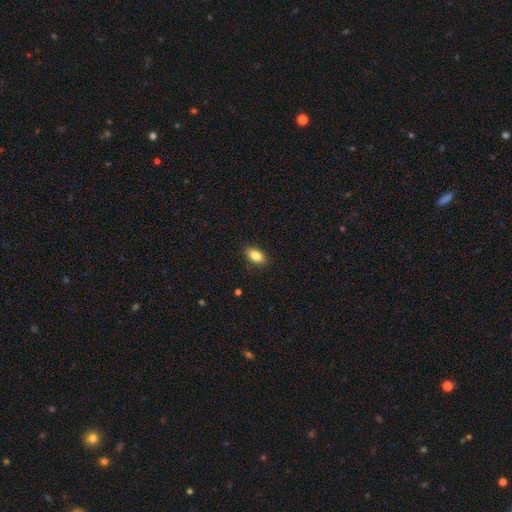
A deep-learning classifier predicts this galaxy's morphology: Smooth or featured?
  - smooth: 85% *
  - star or artifact: 8%
  - featured or disk: 7%
How rounded?
  - in between: 90% *
  - round: 6%
  - cigar-shaped: 3%
Merging?
  - none: 88% *
  - minor disturbance: 9%
  - major disturbance: 2%
  - merger: 1%